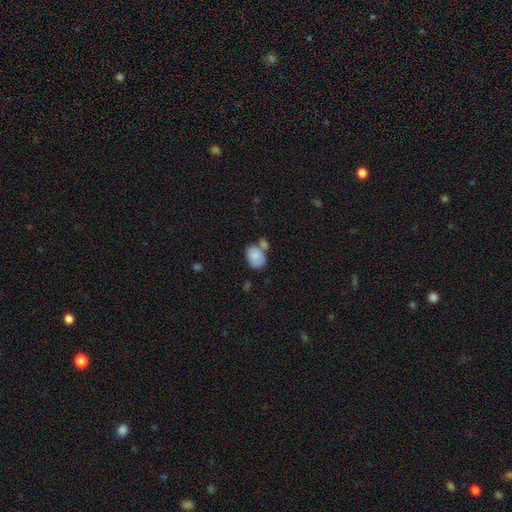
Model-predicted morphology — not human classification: type=smooth (83%); roundness=in between (73%); merging=none (40%).